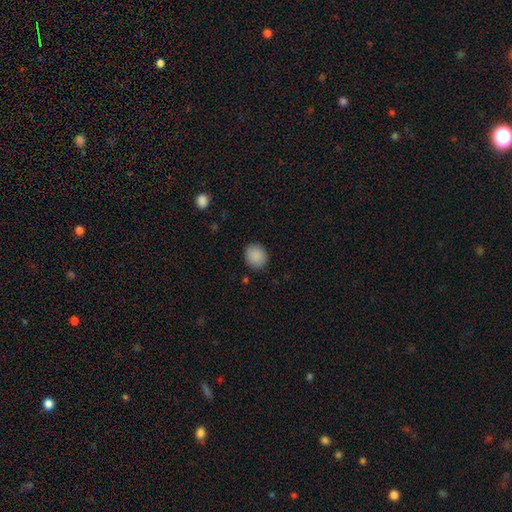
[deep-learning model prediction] Overall: smooth (89%). How rounded: round (76%). Merging: none (88%).